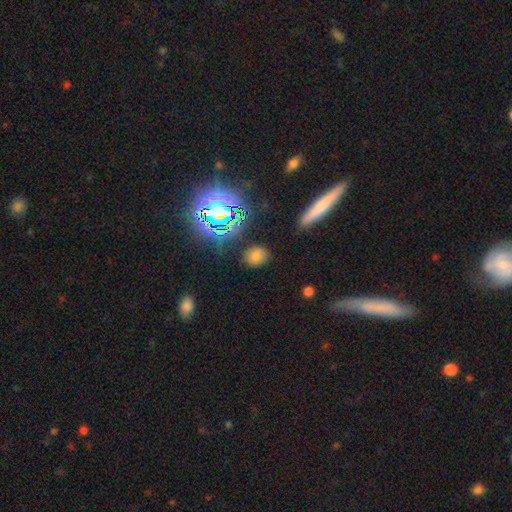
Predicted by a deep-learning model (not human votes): Smooth or featured? smooth (68%)
How rounded? round (57%)
Merging? none (81%)